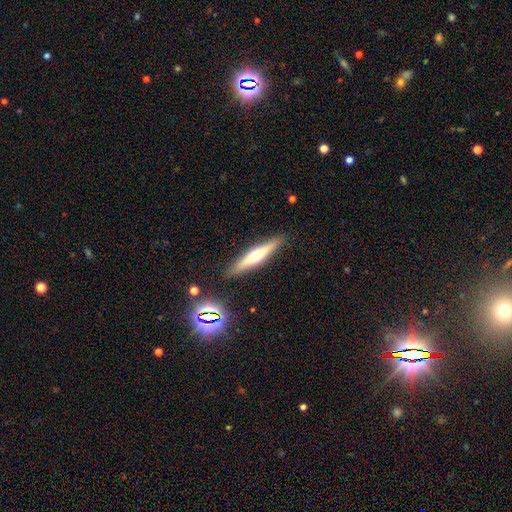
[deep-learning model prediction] Overall: featured or disk (57%; smooth 36%). Edge-on disk: yes (93%). Edge-on bulge: rounded (88%). Merging: none (88%).